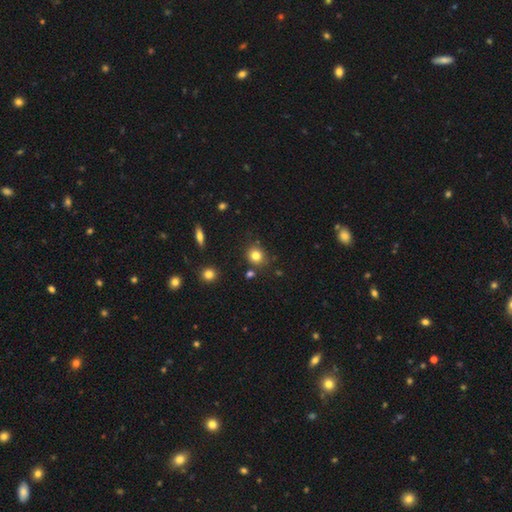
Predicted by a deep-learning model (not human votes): A smooth galaxy with no disk features (80%) that is round (80%). Merging: none (81%).